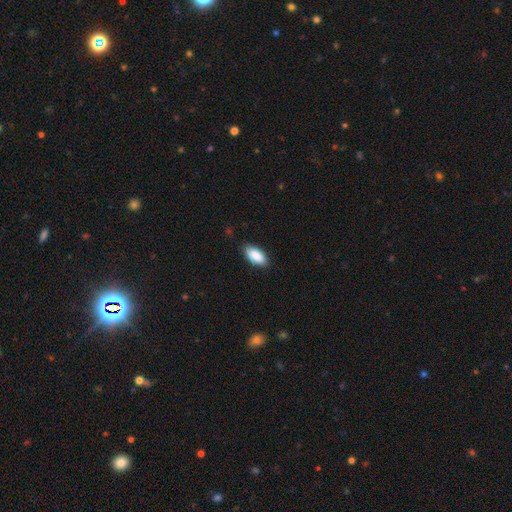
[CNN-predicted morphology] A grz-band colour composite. It shows a smooth galaxy with no disk features (90%) that is in between round and cigar-shaped (92%). Merging: none (85%).